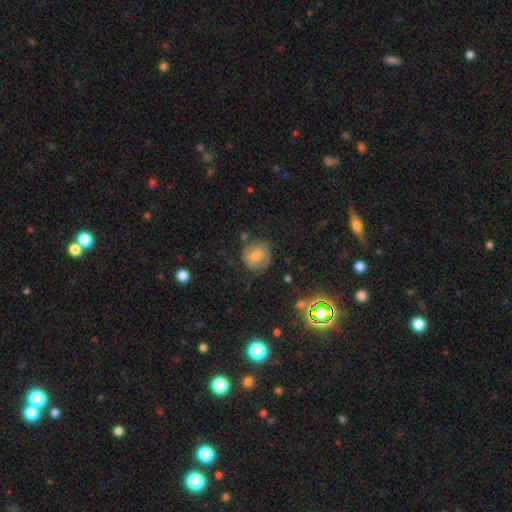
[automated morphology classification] Smooth or featured? smooth (59%)
How rounded? round (81%)
Merging? none (64%)